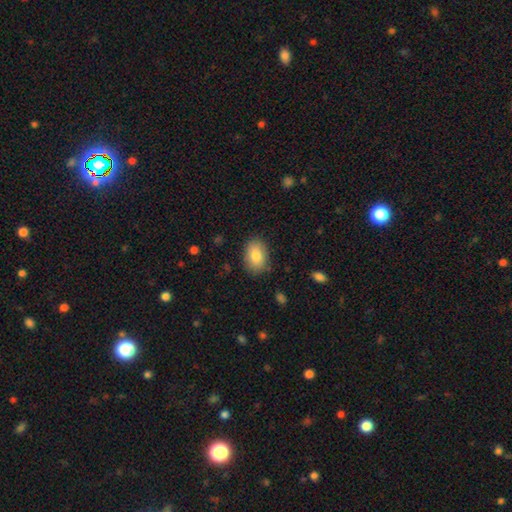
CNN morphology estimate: Smooth or featured? Predicted: smooth (p=0.82). How rounded? Predicted: in between (p=0.84). Merging? Predicted: none (p=0.85).